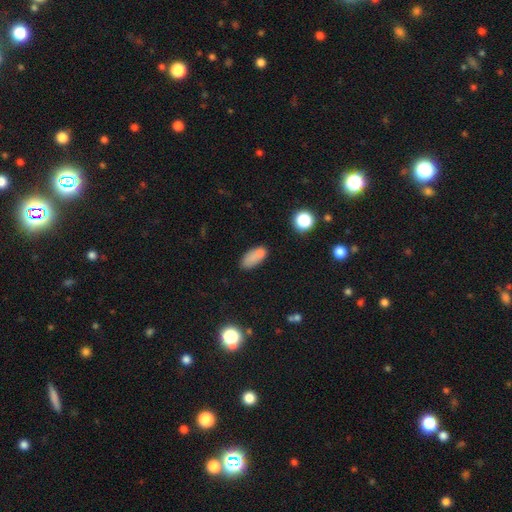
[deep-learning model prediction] Smooth or featured? smooth (76%)
How rounded? in between (86%)
Merging? none (48%)